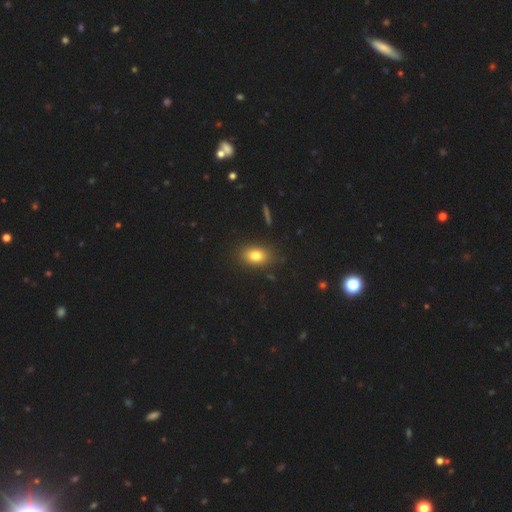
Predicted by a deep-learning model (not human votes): smooth-or-featured: smooth: 80% | star or artifact: 11% | featured or disk: 9%
  how-rounded: in between: 78% | round: 20% | cigar-shaped: 2%
  merging: none: 87% | minor disturbance: 9% | major disturbance: 3% | merger: 2%